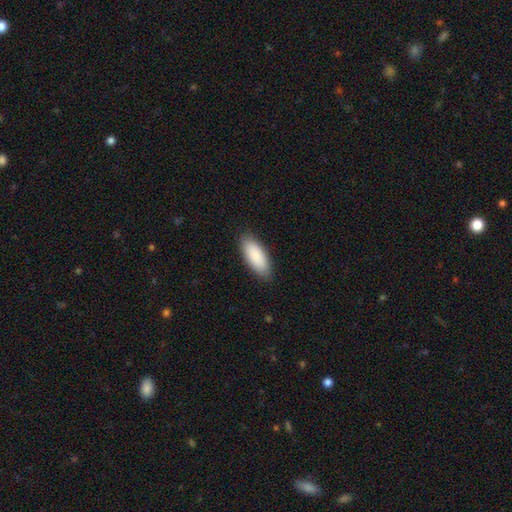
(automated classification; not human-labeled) Smooth or featured? smooth (89%)
How rounded? in between (81%)
Merging? none (87%)